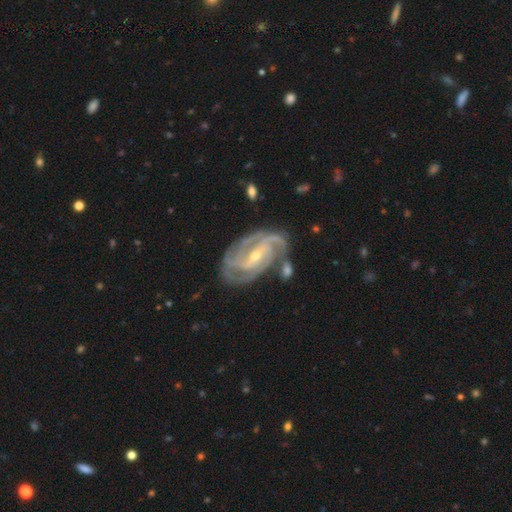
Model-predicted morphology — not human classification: smooth-or-featured: featured or disk: 92% | star or artifact: 4% | smooth: 4%
  disk-edge-on: no: 97% | yes: 3%
    bar: weak: 41% | strong: 35% | no: 24%
    has-spiral-arms: yes: 98% | no: 2%
      spiral-winding: tight: 55% | medium: 38% | loose: 7%
      spiral-arm-count: 3: 42% | 2: 22% | 4: 17% | can't tell: 9% | more than 4: 5% | 1: 5%
    bulge-size: small: 63% | moderate: 35% | large: 1% | none: 1% | dominant: 1%
  merging: none: 65% | minor disturbance: 20% | merger: 8% | major disturbance: 8%